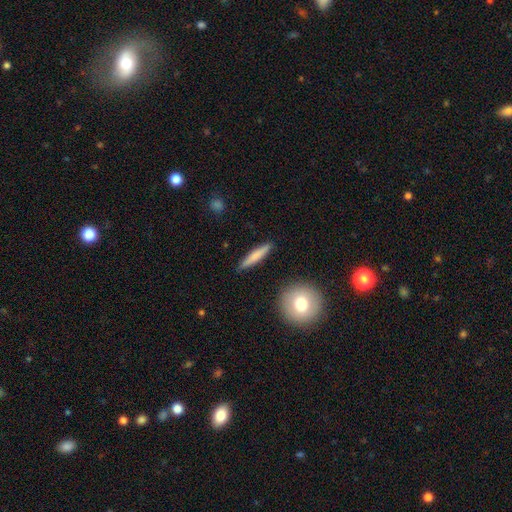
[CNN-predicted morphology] smooth 67%, featured or disk 27%, star or artifact 6%. Down the decision tree: how rounded — cigar-shaped (91%); merging — none (89%).